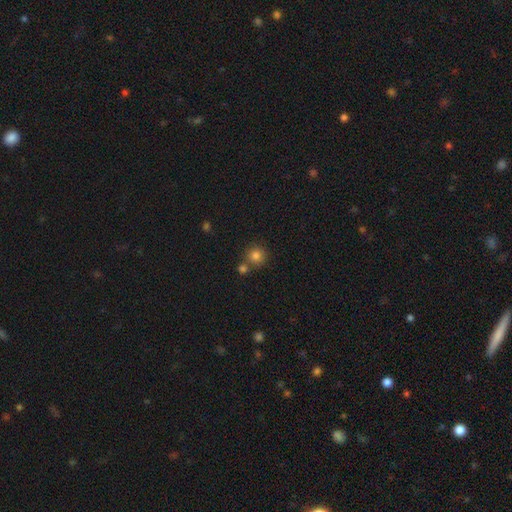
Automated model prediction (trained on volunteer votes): Overall: smooth (81%). How rounded: round (92%). Merging: none (67%).